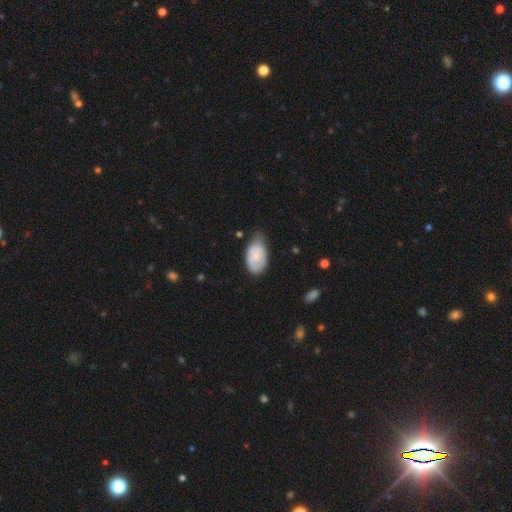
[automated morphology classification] Smooth or featured? Predicted: smooth (p=0.71). How rounded? Predicted: in between (p=0.93). Merging? Predicted: minor disturbance (p=0.44).